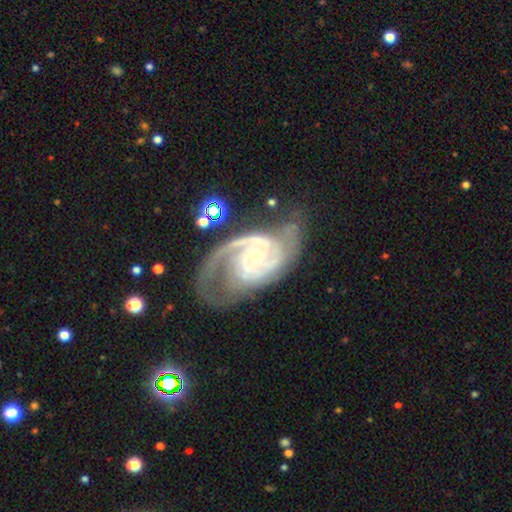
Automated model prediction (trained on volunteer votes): Smooth or featured? Predicted: featured or disk (p=0.92). Edge-on disk? Predicted: no (p=0.97). Bar? Predicted: no (p=0.59). Spiral arms? Predicted: yes (p=0.98). Spiral winding? Predicted: tight (p=0.48). Spiral arm count? Predicted: 2 (p=0.56). Bulge size? Predicted: small (p=0.62). Merging? Predicted: none (p=0.55).